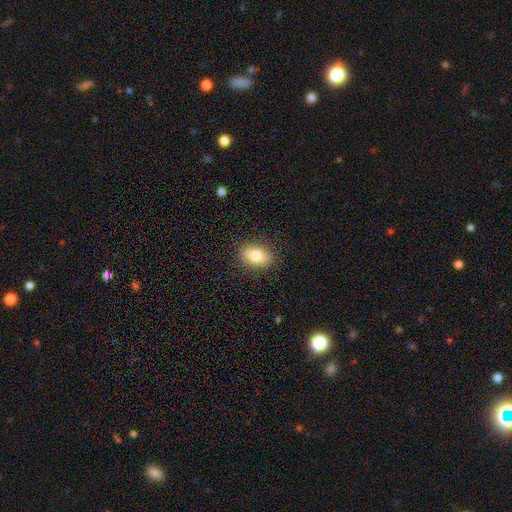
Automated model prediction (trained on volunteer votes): smooth_or_featured: smooth (p=0.80) [alt: featured or disk p=0.11]
how_rounded: in between (p=0.76) [alt: round p=0.22]
merging: none (p=0.87) [alt: minor disturbance p=0.09]